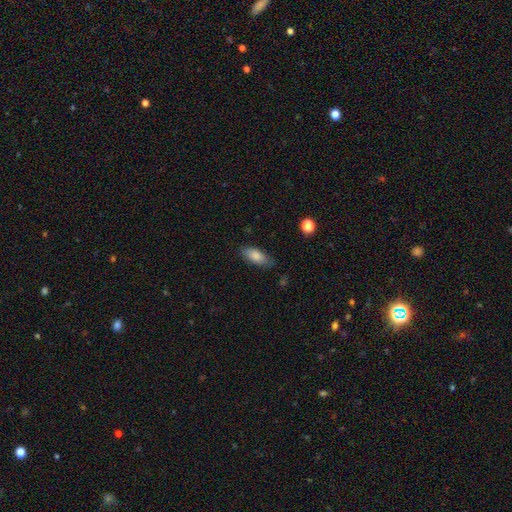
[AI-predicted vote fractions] Morphology: type=smooth (84%); roundness=in between (84%); merging=none (77%).